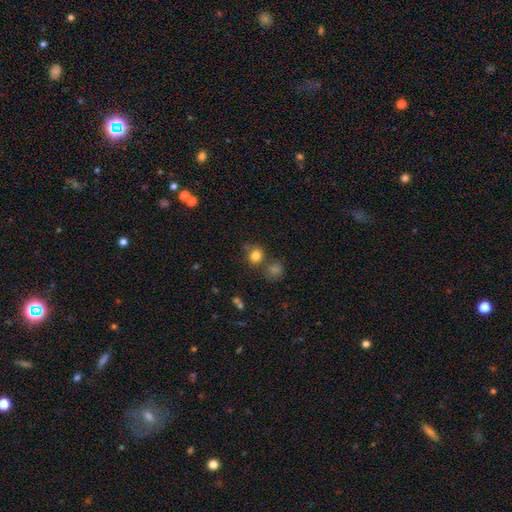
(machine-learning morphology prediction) Q: Smooth or featured?
A: smooth (81%); runner-up: star or artifact (13%)
Q: How rounded?
A: round (79%); runner-up: in between (20%)
Q: Merging?
A: none (68%); runner-up: merger (15%)